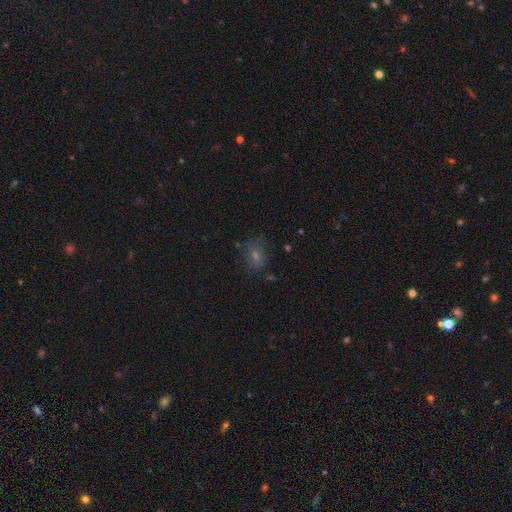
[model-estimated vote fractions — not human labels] Morphology: type=smooth (48%); merging=none (74%).